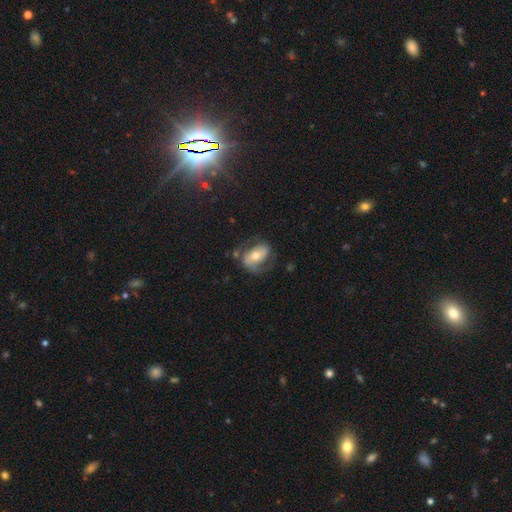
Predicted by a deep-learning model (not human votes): This is likely a featured or disk galaxy (61%). It is clearly not viewed edge-on (94%). Bar: marginally no (40%). Spiral arm pattern: likely yes (74%). Central bulge: likely moderate (63%). Merging: possibly none (57%).